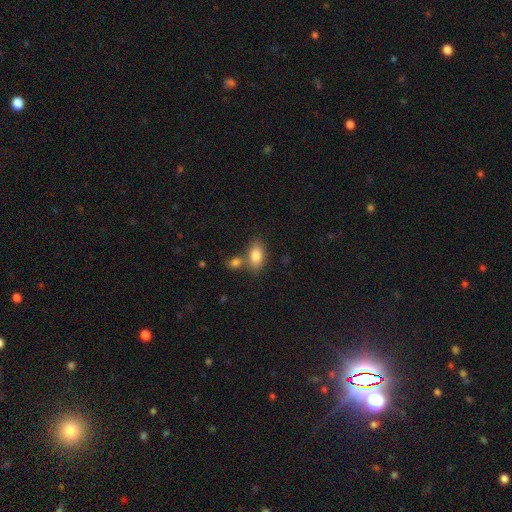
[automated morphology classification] Smooth or featured? Predicted: smooth (p=0.83). How rounded? Predicted: in between (p=0.90). Merging? Predicted: none (p=0.57).